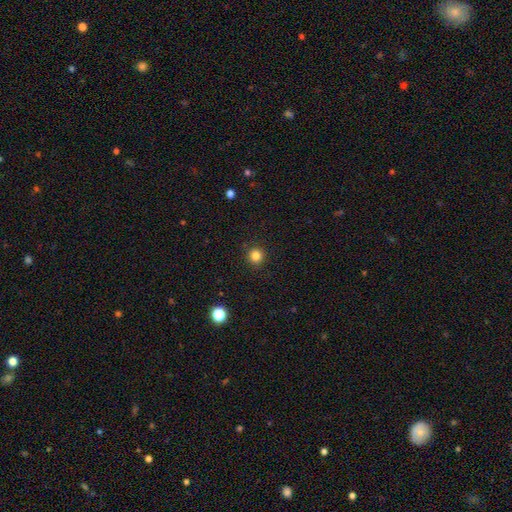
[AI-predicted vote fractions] Smooth or featured?
  - smooth: 84% *
  - star or artifact: 13%
  - featured or disk: 4%
How rounded?
  - round: 94% *
  - in between: 5%
  - cigar-shaped: 1%
Merging?
  - none: 92% *
  - minor disturbance: 5%
  - major disturbance: 2%
  - merger: 1%